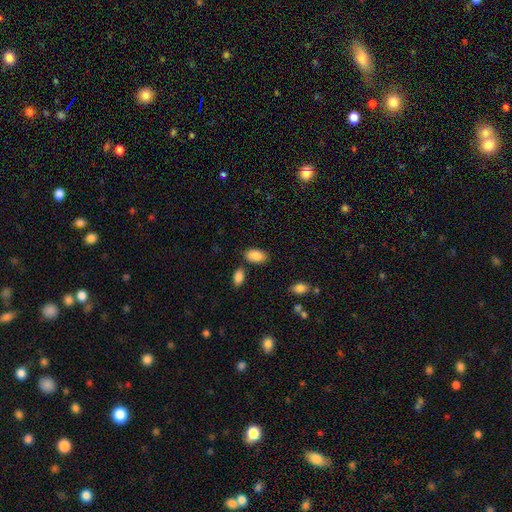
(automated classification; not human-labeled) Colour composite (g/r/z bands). It shows a smooth galaxy with no disk features (88%) that is in between round and cigar-shaped (94%). Merging: none (77%).